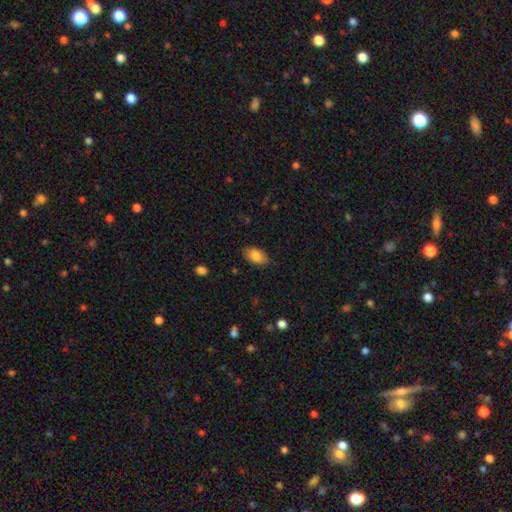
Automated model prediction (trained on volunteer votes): smooth_or_featured: smooth (p=0.85) [alt: featured or disk p=0.08]
how_rounded: in between (p=0.93) [alt: round p=0.06]
merging: none (p=0.85) [alt: minor disturbance p=0.12]